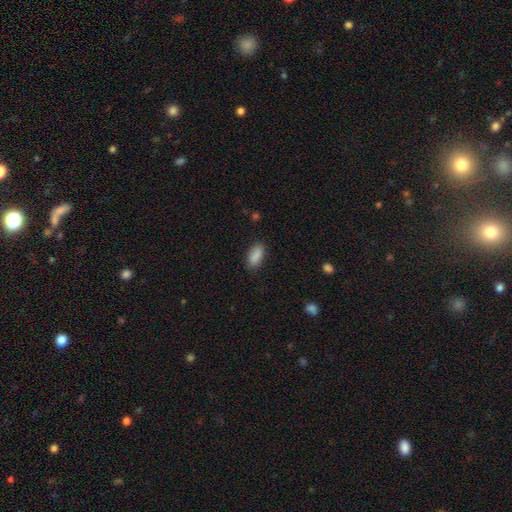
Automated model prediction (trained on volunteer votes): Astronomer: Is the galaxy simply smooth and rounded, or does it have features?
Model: smooth — 89%.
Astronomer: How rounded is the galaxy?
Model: in between — 88%.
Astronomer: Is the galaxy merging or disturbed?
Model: none — 85%.